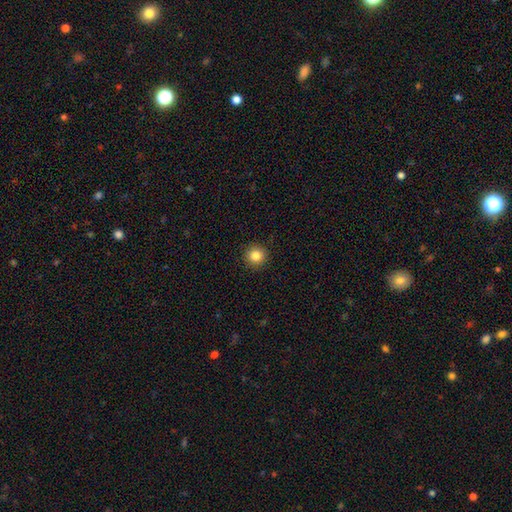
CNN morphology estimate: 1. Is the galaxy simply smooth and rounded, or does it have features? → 84% smooth, 11% star or artifact, 5% featured or disk.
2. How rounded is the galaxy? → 95% round, 4% in between, 1% cigar-shaped.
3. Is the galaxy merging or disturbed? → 93% none, 5% minor disturbance, 2% major disturbance, 1% merger.